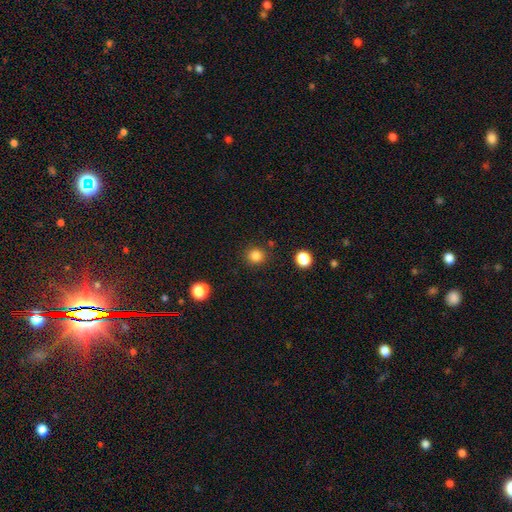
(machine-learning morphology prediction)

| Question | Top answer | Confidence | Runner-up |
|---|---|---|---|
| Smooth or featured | smooth | 84% | star or artifact (12%) |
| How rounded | round | 91% | in between (8%) |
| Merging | none | 87% | minor disturbance (7%) |